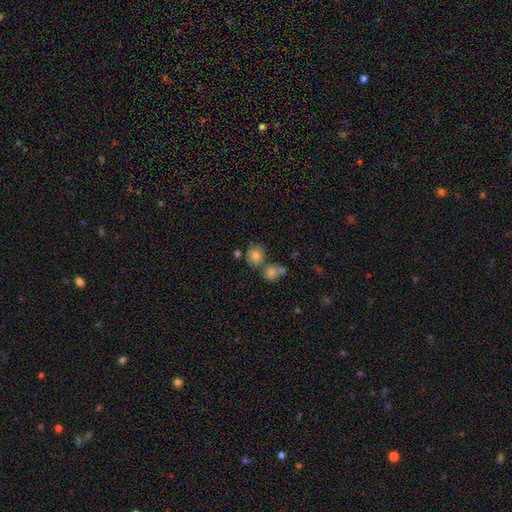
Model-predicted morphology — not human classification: Q: Smooth or featured?
A: smooth (76%); runner-up: featured or disk (13%)
Q: How rounded?
A: round (70%); runner-up: in between (29%)
Q: Merging?
A: none (50%); runner-up: merger (33%)